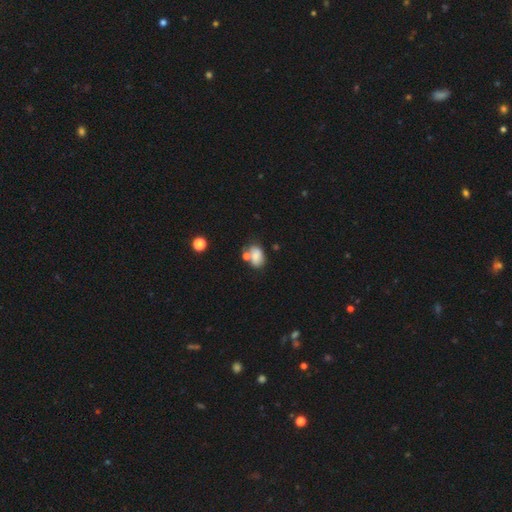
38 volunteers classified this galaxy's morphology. This is clearly a smooth galaxy (84%). How rounded: likely in between (75%). Merging: possibly none (50%).